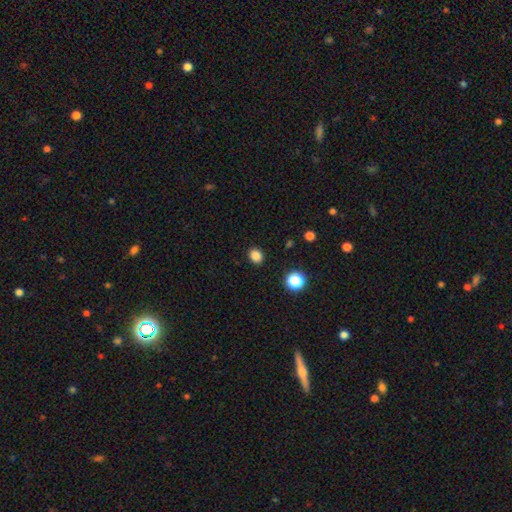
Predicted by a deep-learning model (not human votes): Smooth or featured?
  - smooth: 84% *
  - star or artifact: 12%
  - featured or disk: 4%
How rounded?
  - round: 62% *
  - in between: 38%
  - cigar-shaped: 1%
Merging?
  - none: 90% *
  - minor disturbance: 6%
  - major disturbance: 2%
  - merger: 1%